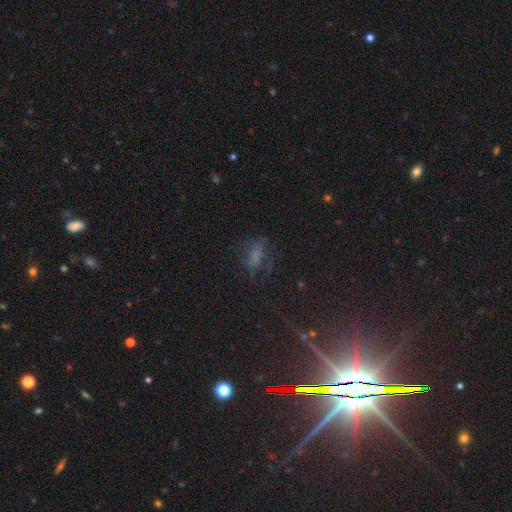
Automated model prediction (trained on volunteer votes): Overall: smooth (42%; star or artifact 30%). Merging: none (49%; major disturbance 26%).